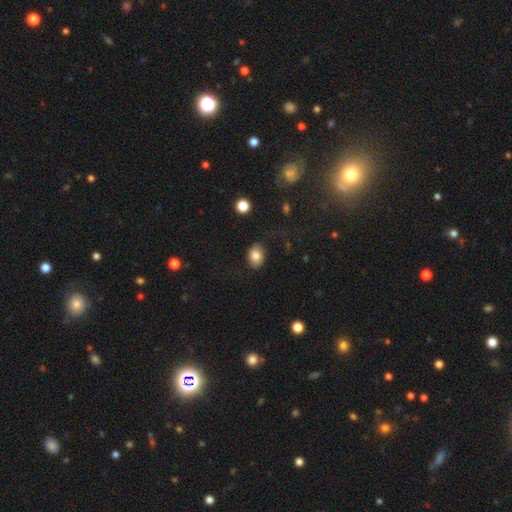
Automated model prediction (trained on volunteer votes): The model was most divided on "how rounded": in between: 71%, round: 28%, cigar-shaped: 1%. More confident: smooth or featured — smooth (81%); merging — none (80%).